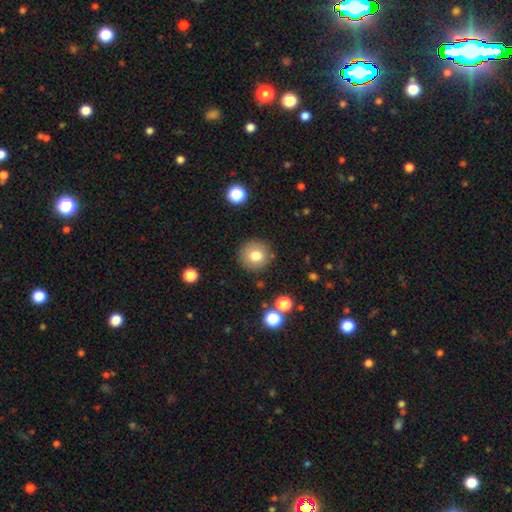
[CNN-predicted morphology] Smooth or featured?
  - smooth: 78% *
  - featured or disk: 12%
  - star or artifact: 10%
How rounded?
  - round: 93% *
  - in between: 6%
  - cigar-shaped: 1%
Merging?
  - none: 87% *
  - minor disturbance: 8%
  - major disturbance: 3%
  - merger: 2%